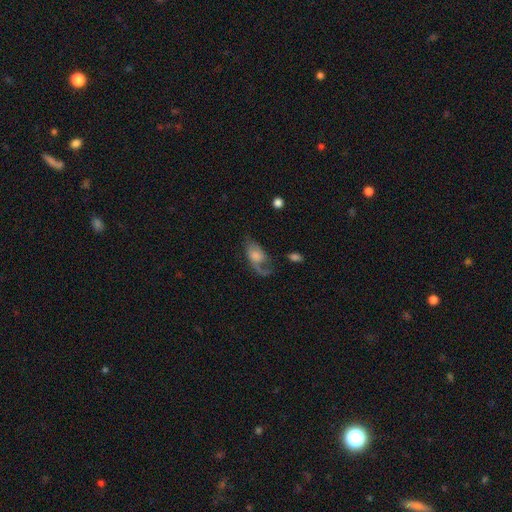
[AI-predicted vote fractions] Overall: featured or disk (55%; smooth 35%). Edge-on disk: no (91%). Bar: no (74%). Spiral arms: yes (76%). Bulge size: moderate (34%; large 29%). Merging: none (40%; major disturbance 34%).